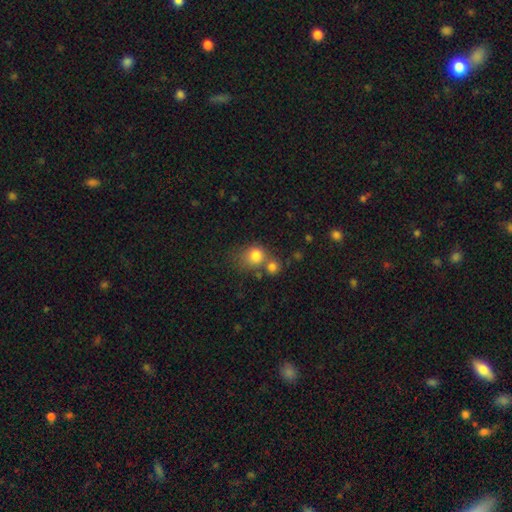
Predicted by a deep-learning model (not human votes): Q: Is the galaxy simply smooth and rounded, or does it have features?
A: smooth — 79%.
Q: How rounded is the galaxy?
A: round — 72%.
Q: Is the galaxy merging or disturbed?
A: none — 43%.